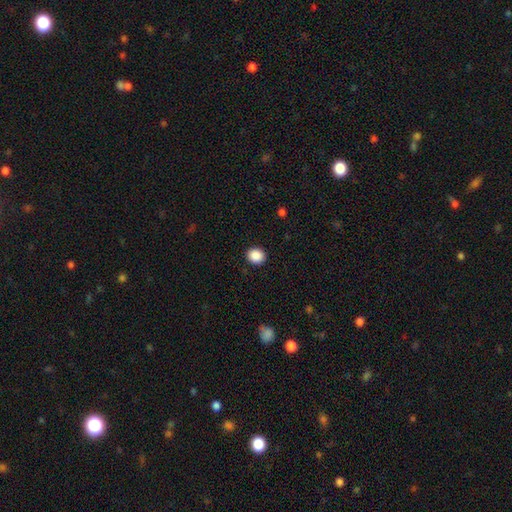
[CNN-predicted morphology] The model was most divided on "how rounded": round: 77%, in between: 22%, cigar-shaped: 1%. More confident: merging — none (91%); smooth or featured — smooth (89%).